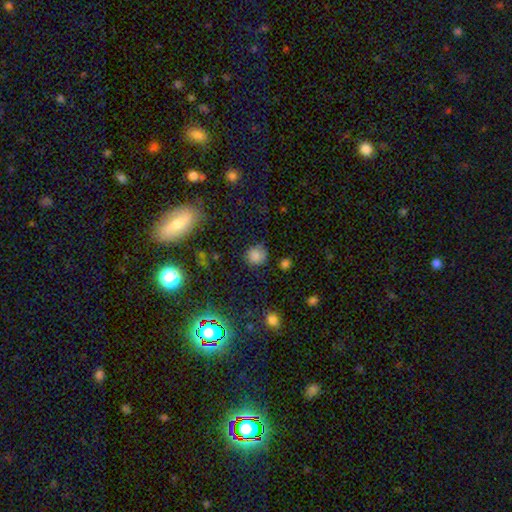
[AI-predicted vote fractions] smooth_or_featured: smooth (p=0.79) [alt: star or artifact p=0.15]
how_rounded: round (p=0.86) [alt: in between p=0.13]
merging: none (p=0.81) [alt: minor disturbance p=0.13]